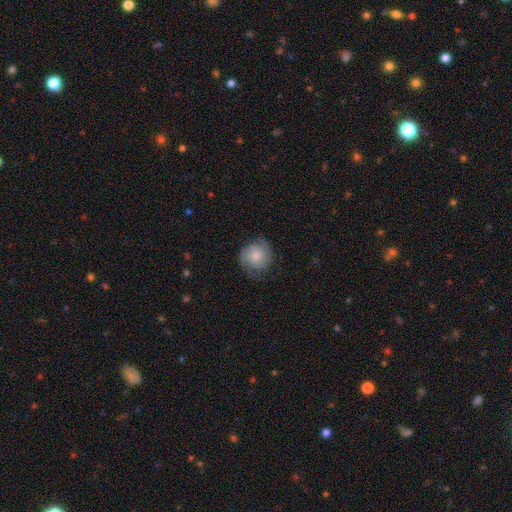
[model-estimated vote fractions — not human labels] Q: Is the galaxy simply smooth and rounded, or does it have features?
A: featured or disk — 54%.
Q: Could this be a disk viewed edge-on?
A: no — 98%.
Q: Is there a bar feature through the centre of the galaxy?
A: no — 77%.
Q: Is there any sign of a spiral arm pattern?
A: yes — 92%.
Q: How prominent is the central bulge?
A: small — 39%.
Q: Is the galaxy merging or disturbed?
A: none — 73%.